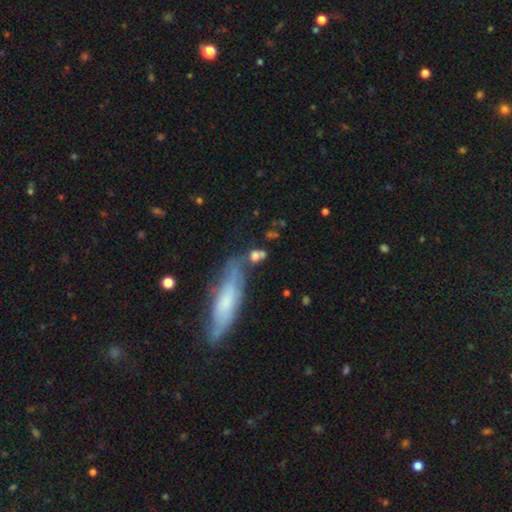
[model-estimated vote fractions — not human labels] Smooth or featured? smooth (66%)
How rounded? in between (54%)
Merging? none (45%)